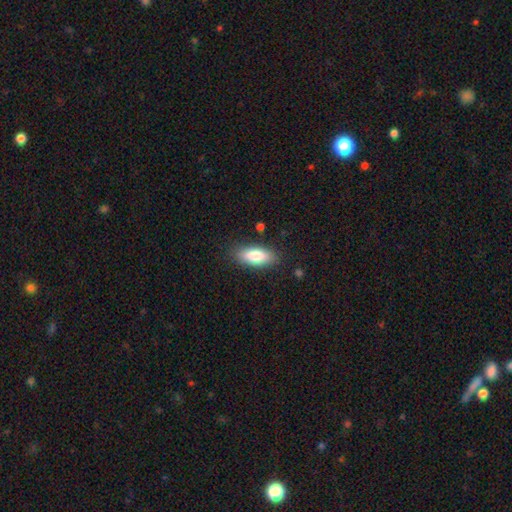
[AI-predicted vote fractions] Morphology: type=smooth (82%); roundness=in between (80%); merging=none (84%).